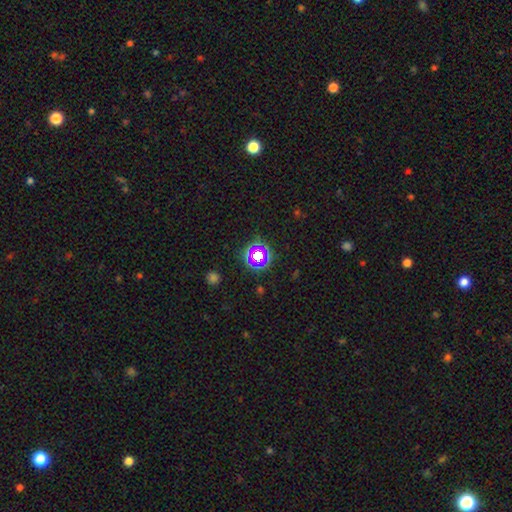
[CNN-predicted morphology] smooth_or_featured: star or artifact (p=0.62) [alt: smooth p=0.26]